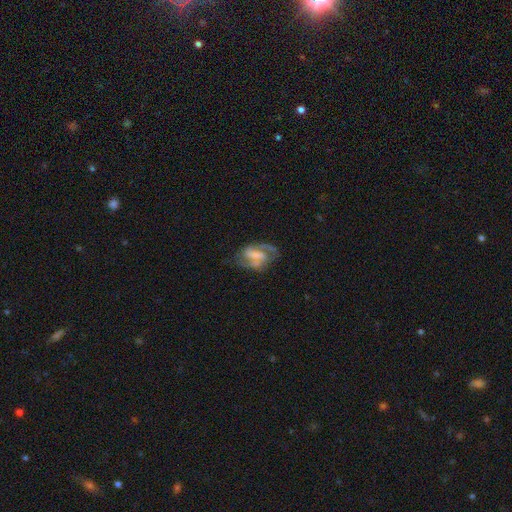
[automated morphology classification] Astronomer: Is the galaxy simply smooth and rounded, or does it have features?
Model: featured or disk — 81%.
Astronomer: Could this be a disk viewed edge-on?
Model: no — 97%.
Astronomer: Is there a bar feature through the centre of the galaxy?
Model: weak — 40%, tied with strong at 40%.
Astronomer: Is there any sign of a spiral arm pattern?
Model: yes — 93%.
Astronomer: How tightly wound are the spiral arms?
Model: medium — 52%.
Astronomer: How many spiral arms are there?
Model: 2 — 85%.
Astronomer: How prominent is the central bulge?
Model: none — 45% (runner-up: small, 22%).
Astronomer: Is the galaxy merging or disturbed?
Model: none — 63%.